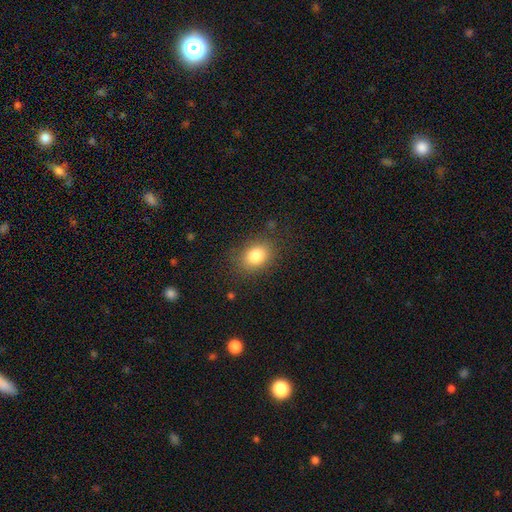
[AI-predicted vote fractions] Overall: smooth (83%). How rounded: in between (64%; round 35%). Merging: none (81%).